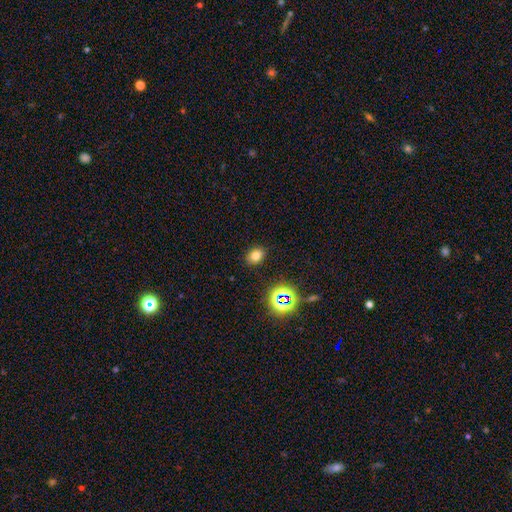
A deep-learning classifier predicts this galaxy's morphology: Overall: smooth (72%). How rounded: in between (62%; round 37%). Merging: none (85%).